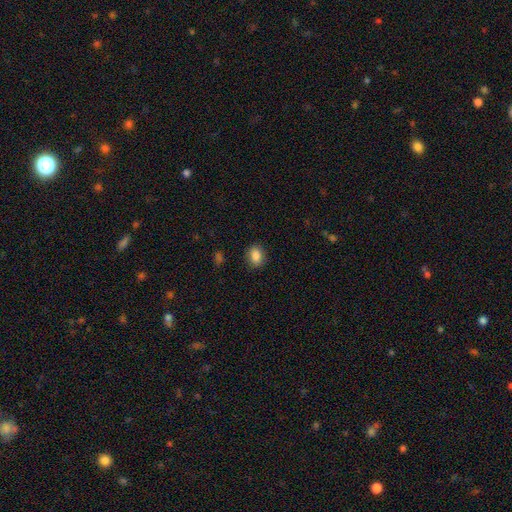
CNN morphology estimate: smooth 87%, star or artifact 9%, featured or disk 4%. Down the decision tree: how rounded — in between (62%); merging — none (87%).